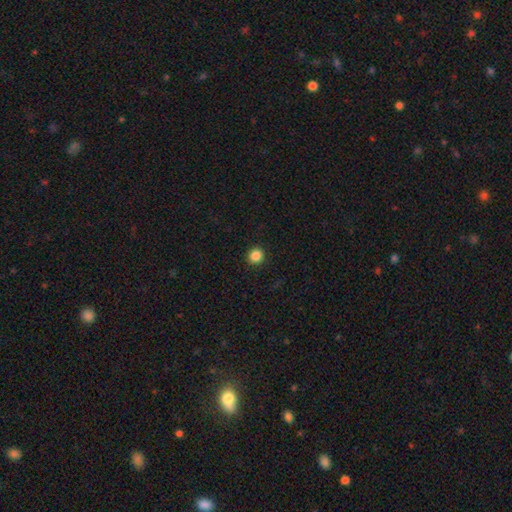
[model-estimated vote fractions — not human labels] Smooth or featured? smooth (86%)
How rounded? round (93%)
Merging? none (93%)